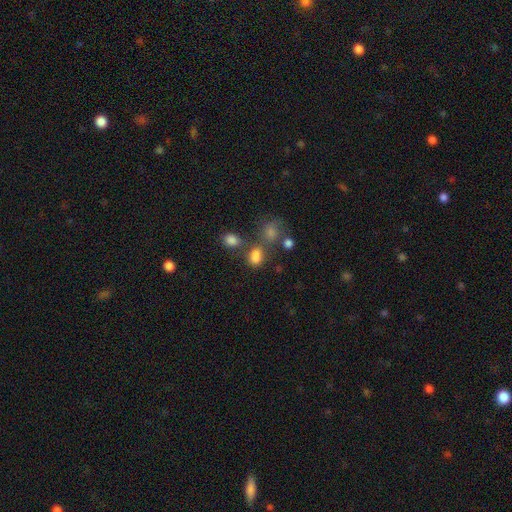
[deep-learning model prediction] Smooth or featured? smooth (78%)
How rounded? in between (69%)
Merging? none (47%)